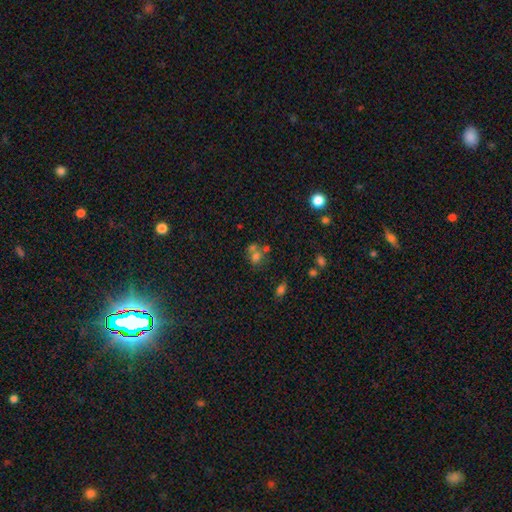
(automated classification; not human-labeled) Smooth or featured: smooth — 63% (star or artifact — 19%)
How rounded: round — 66% (in between — 32%)
Merging: merger — 46% (none — 39%)